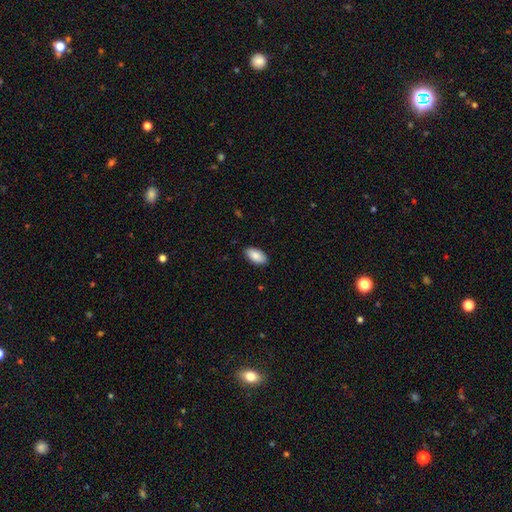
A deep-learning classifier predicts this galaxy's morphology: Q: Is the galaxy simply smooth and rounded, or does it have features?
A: smooth — 88%.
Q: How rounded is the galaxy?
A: in between — 95%.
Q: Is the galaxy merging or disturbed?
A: none — 89%.